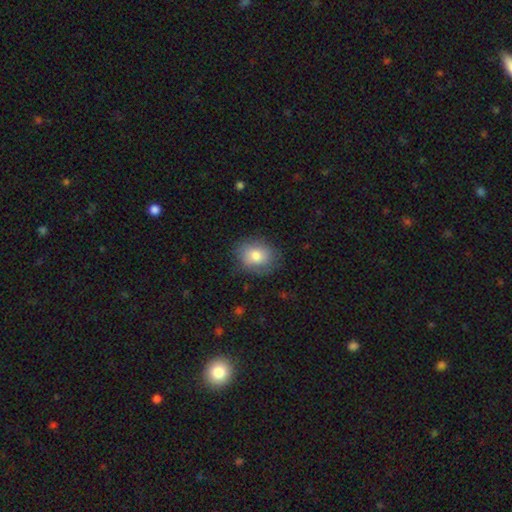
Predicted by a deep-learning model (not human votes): This is likely a smooth galaxy (78%). How rounded: possibly round (51%). Merging: likely none (78%).